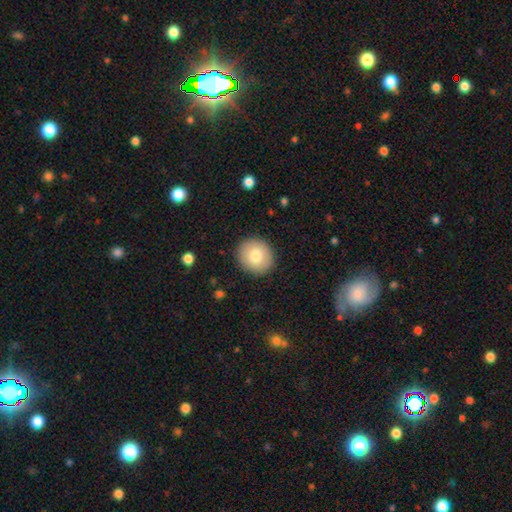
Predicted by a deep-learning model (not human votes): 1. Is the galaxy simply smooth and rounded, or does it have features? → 79% smooth, 13% featured or disk, 8% star or artifact.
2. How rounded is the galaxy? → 88% round, 11% in between, 1% cigar-shaped.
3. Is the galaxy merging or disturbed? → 91% none, 6% minor disturbance, 2% major disturbance, 1% merger.